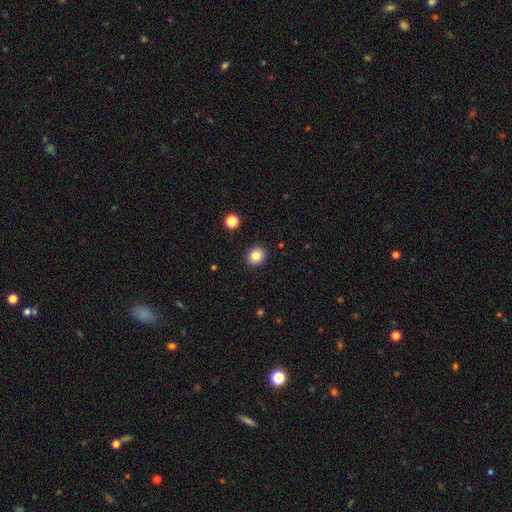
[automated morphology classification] Smooth or featured? Predicted: smooth (p=0.82). How rounded? Predicted: round (p=0.79). Merging? Predicted: none (p=0.91).